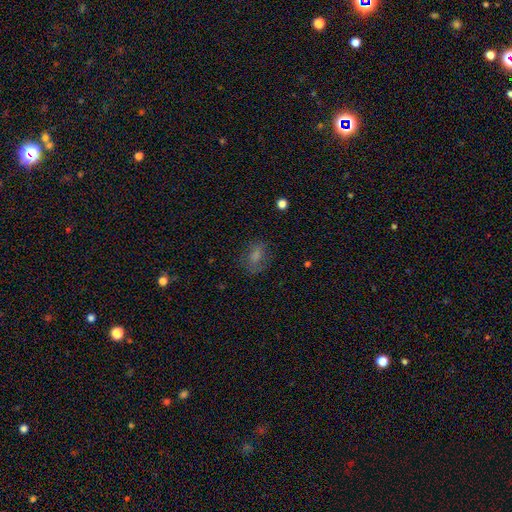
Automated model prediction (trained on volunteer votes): Q: Smooth or featured?
A: smooth (70%); runner-up: featured or disk (17%)
Q: How rounded?
A: in between (70%); runner-up: round (28%)
Q: Merging?
A: none (68%); runner-up: minor disturbance (19%)